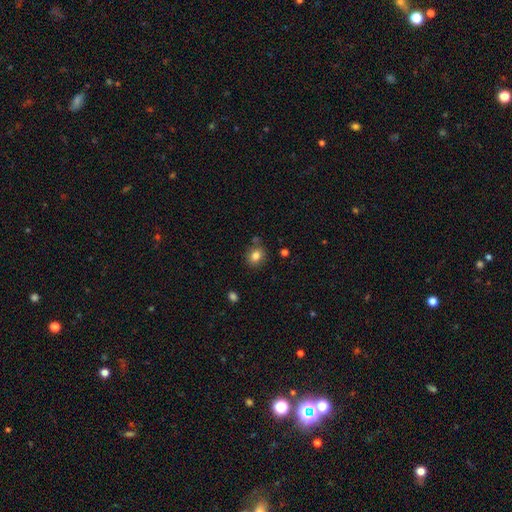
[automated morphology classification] Smooth or featured: smooth — 83% (star or artifact — 11%)
How rounded: round — 55% (in between — 44%)
Merging: none — 78% (minor disturbance — 13%)